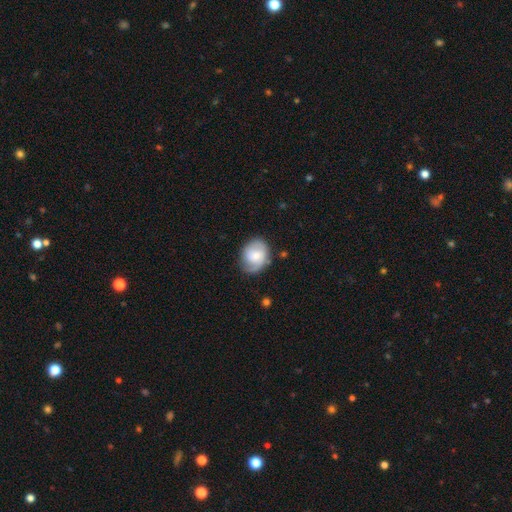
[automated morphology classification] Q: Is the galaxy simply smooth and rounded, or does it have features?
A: featured or disk — 50%.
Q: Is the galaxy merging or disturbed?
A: none — 67%.